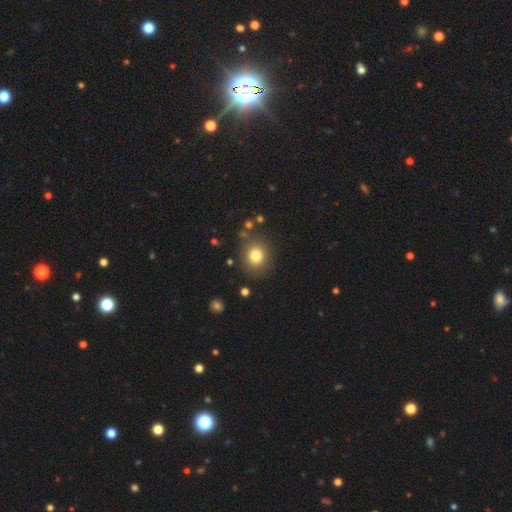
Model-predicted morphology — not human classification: Q: Smooth or featured?
A: smooth (80%); runner-up: star or artifact (12%)
Q: How rounded?
A: round (78%); runner-up: in between (21%)
Q: Merging?
A: none (83%); runner-up: minor disturbance (10%)